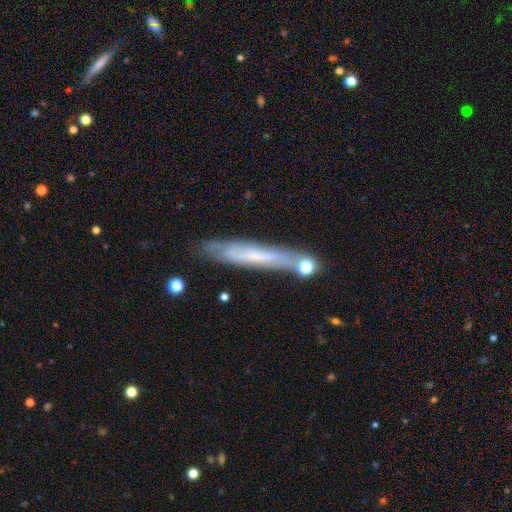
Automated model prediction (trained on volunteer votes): smooth-or-featured: featured or disk: 52% | smooth: 40% | star or artifact: 9%
  disk-edge-on: yes: 71% | no: 29%
  merging: none: 71% | minor disturbance: 17% | merger: 7% | major disturbance: 5%